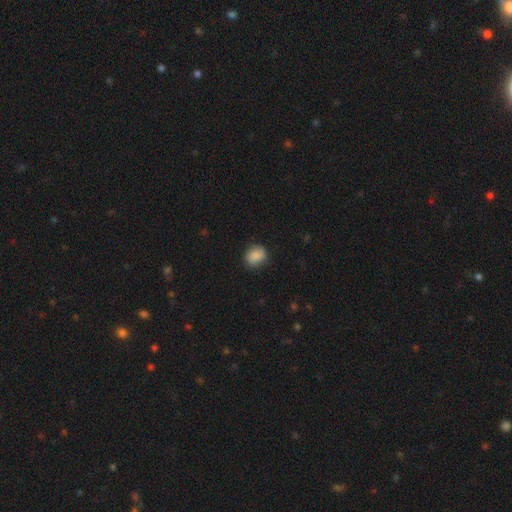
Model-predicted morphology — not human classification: smooth_or_featured: smooth (p=0.88) [alt: star or artifact p=0.08]
how_rounded: round (p=0.58) [alt: in between p=0.41]
merging: none (p=0.81) [alt: minor disturbance p=0.15]